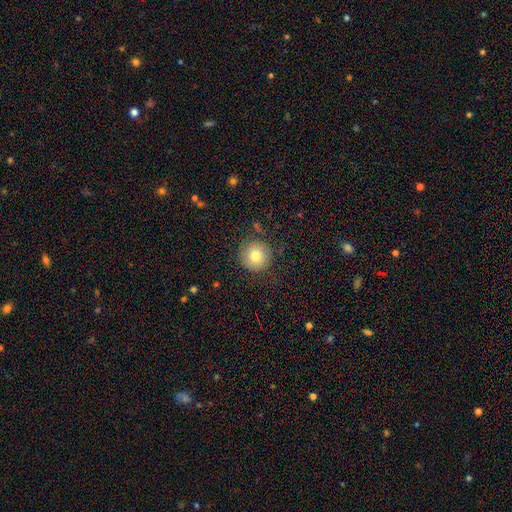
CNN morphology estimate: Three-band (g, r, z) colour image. It shows a smooth galaxy with no disk features (76%) that is round (95%). Merging: none (84%).